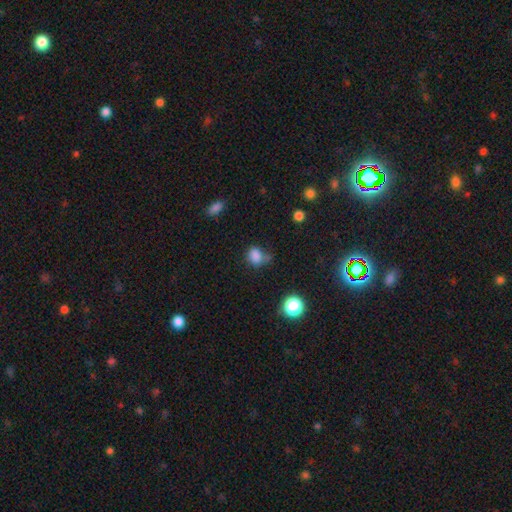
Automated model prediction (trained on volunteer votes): smooth_or_featured: smooth (p=0.81) [alt: star or artifact p=0.13]
how_rounded: round (p=0.54) [alt: in between p=0.45]
merging: none (p=0.49) [alt: minor disturbance p=0.28]